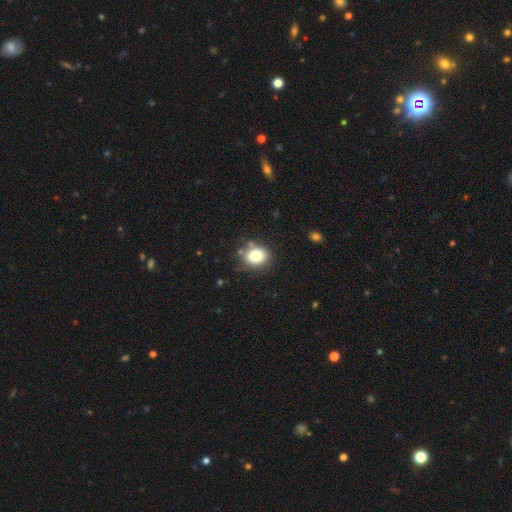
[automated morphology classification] Q: Smooth or featured?
A: smooth (78%); runner-up: star or artifact (12%)
Q: How rounded?
A: round (69%); runner-up: in between (30%)
Q: Merging?
A: none (76%); runner-up: minor disturbance (14%)